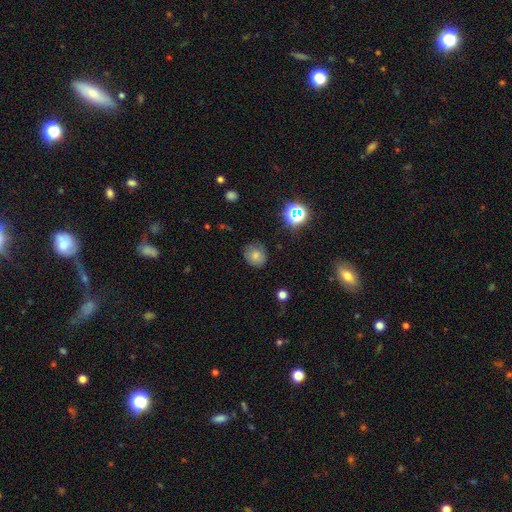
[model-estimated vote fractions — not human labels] smooth_or_featured: smooth (p=0.73) [alt: star or artifact p=0.16]
how_rounded: round (p=0.73) [alt: in between p=0.26]
merging: none (p=0.78) [alt: minor disturbance p=0.16]